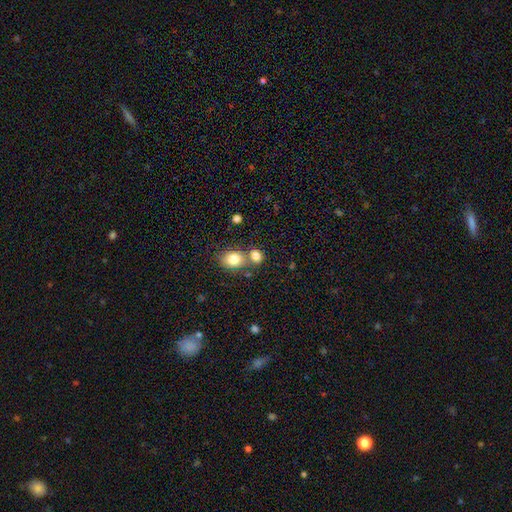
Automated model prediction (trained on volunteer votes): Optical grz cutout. It shows a smooth galaxy with no disk features (81%) that is round (52%). Merging: none (50%).